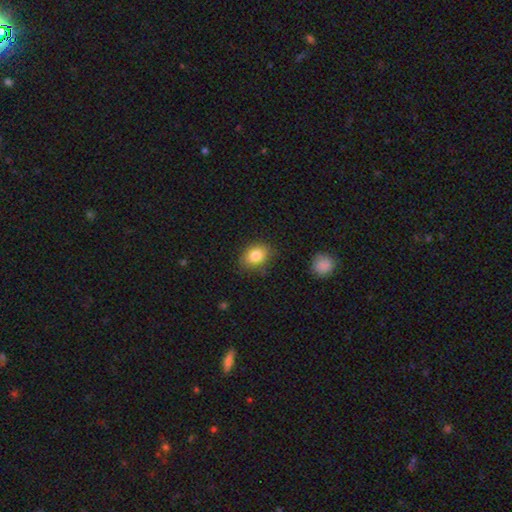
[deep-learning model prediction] smooth_or_featured: smooth (p=0.83) [alt: star or artifact p=0.09]
how_rounded: in between (p=0.60) [alt: round p=0.39]
merging: none (p=0.78) [alt: minor disturbance p=0.16]